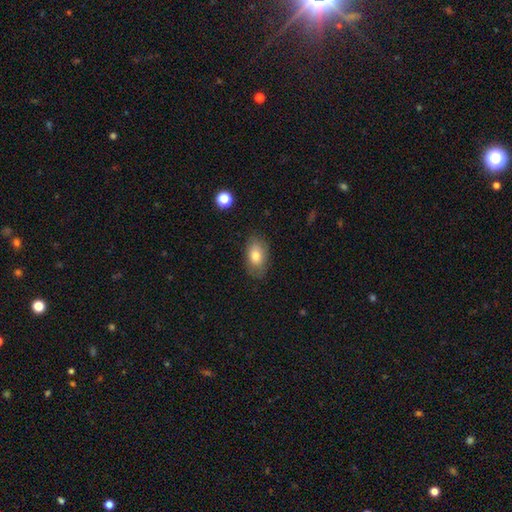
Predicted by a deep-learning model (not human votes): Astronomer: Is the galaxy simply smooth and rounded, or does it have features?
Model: smooth — 77%.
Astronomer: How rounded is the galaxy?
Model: in between — 90%.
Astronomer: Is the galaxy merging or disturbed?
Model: none — 79%.